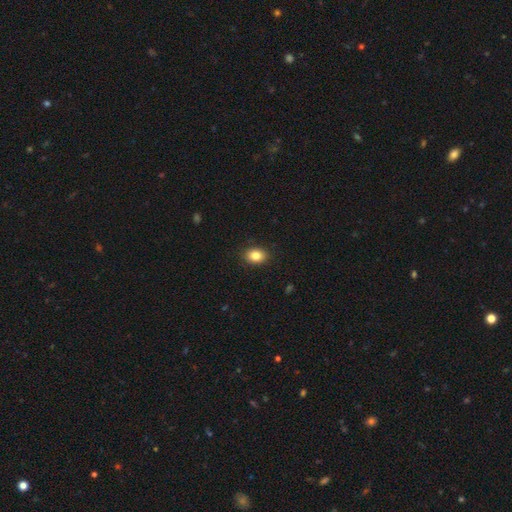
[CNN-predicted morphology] The model was most divided on "how rounded": in between: 66%, round: 33%, cigar-shaped: 1%. More confident: merging — none (89%); smooth or featured — smooth (85%).